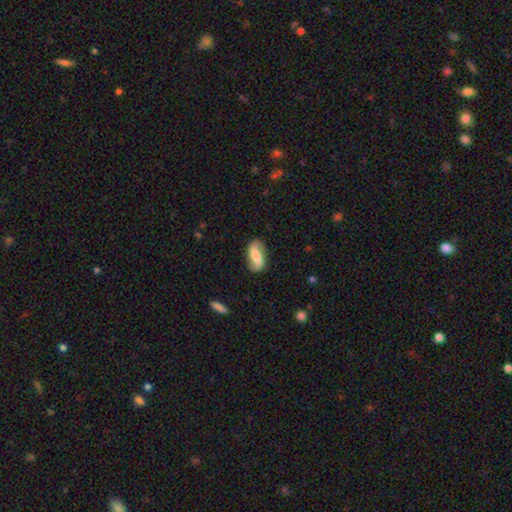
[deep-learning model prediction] smooth_or_featured: featured or disk (p=0.47) [alt: smooth p=0.46]
merging: none (p=0.80) [alt: minor disturbance p=0.15]